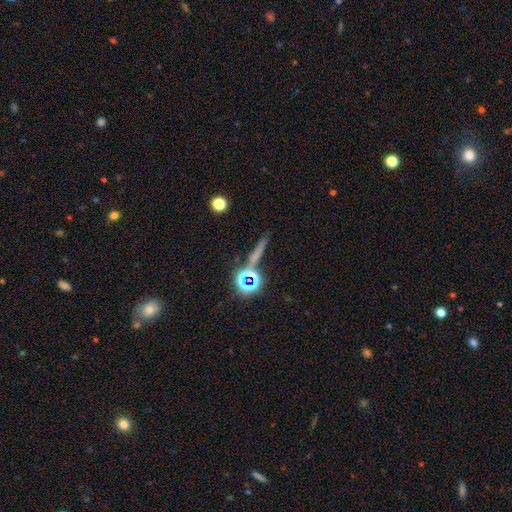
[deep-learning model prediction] This is marginally a smooth galaxy (41%). Merging: likely none (76%).